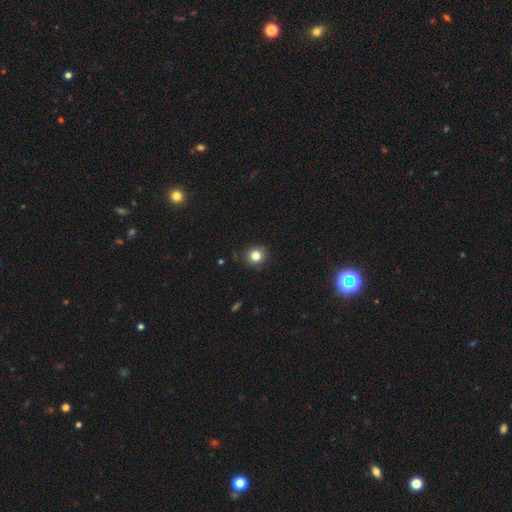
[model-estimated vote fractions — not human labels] Smooth or featured? smooth (82%)
How rounded? round (91%)
Merging? none (89%)